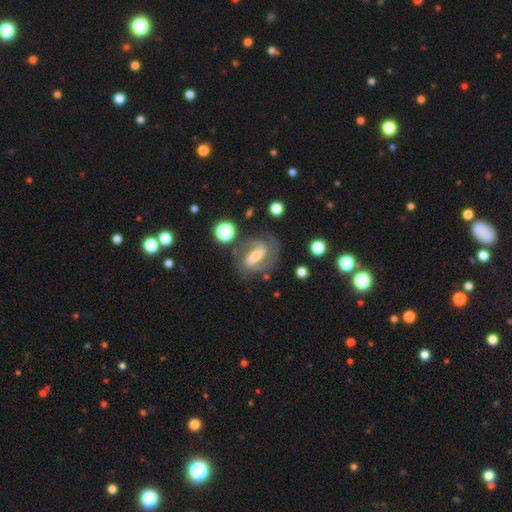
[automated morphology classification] This is clearly a featured or disk galaxy (83%). It is clearly not viewed edge-on (96%). Bar: possibly strong (48%). Spiral arm pattern: clearly yes (94%). Spiral arm count: clearly 2 (85%). Spiral winding: possibly medium (52%). Central bulge: possibly small (48%). Merging: likely none (72%).